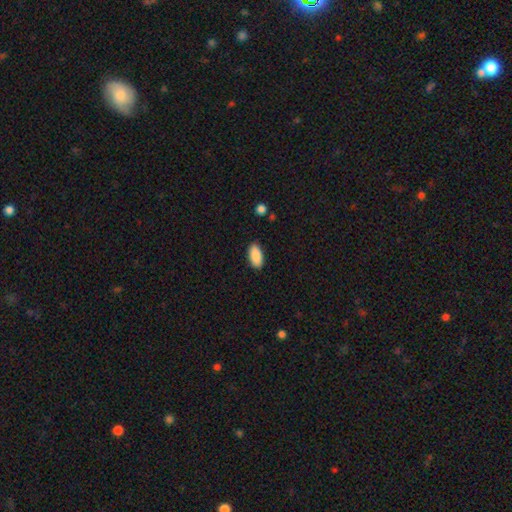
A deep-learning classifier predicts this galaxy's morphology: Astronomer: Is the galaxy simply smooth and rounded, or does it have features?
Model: smooth — 89%.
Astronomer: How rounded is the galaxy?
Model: in between — 92%.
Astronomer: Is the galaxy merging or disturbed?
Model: none — 87%.